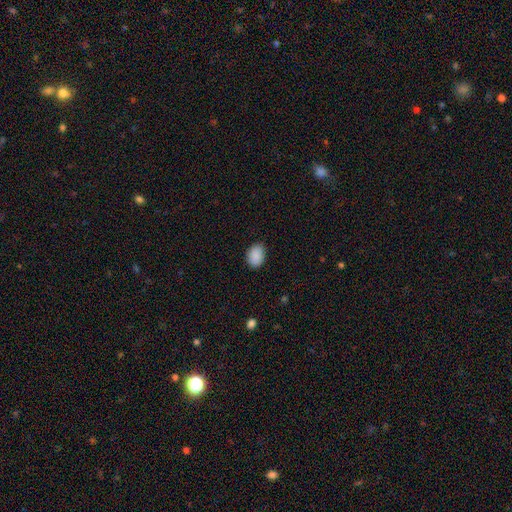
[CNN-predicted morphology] Smooth or featured: smooth — 90% (star or artifact — 7%)
How rounded: in between — 68% (round — 31%)
Merging: none — 85% (minor disturbance — 12%)